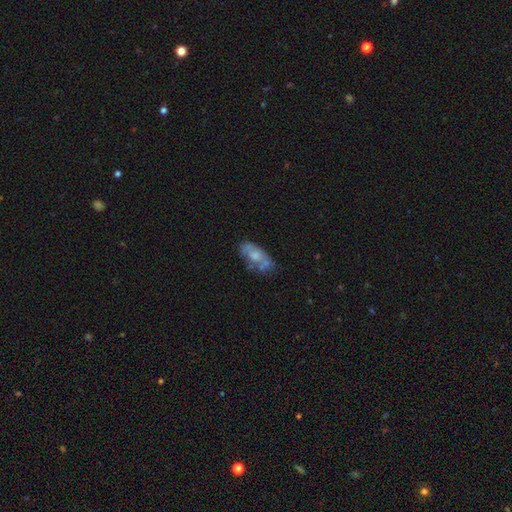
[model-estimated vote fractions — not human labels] The model was most divided on "smooth or featured": featured or disk: 49%, smooth: 43%, star or artifact: 8%. More confident: merging — none (51%).